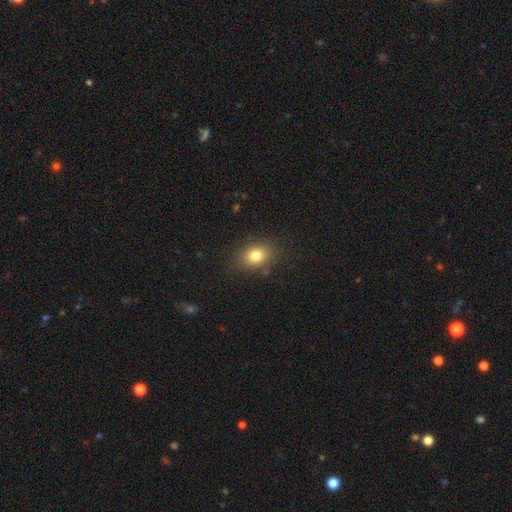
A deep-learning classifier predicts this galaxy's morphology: The model was most divided on "how rounded": in between: 61%, round: 38%, cigar-shaped: 1%. More confident: merging — none (84%); smooth or featured — smooth (80%).